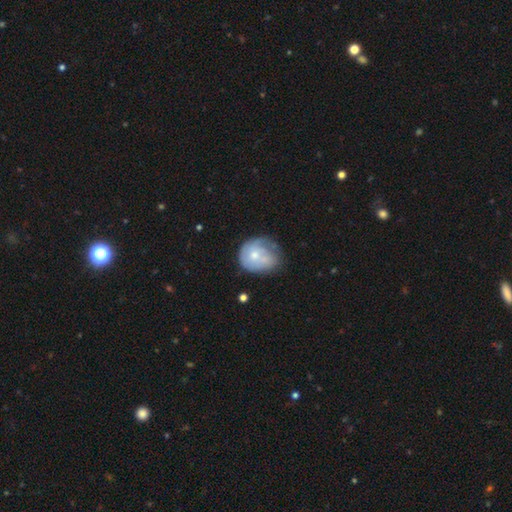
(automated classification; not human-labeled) This appears to be a smooth galaxy with no disk features (55%) that is round (66%). Merging: none (40%).